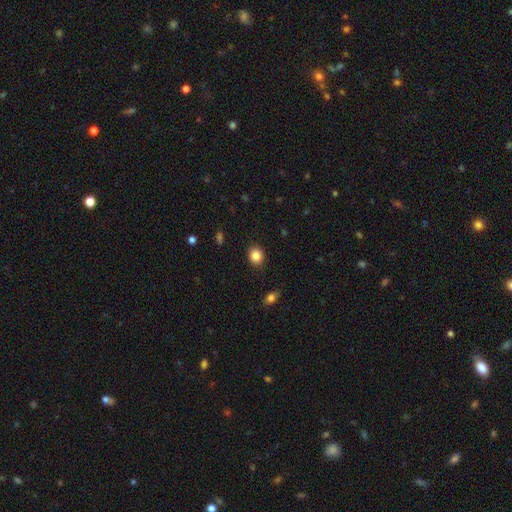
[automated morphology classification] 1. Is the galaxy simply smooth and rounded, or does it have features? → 85% smooth, 10% star or artifact, 5% featured or disk.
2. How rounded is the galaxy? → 73% round, 26% in between, 1% cigar-shaped.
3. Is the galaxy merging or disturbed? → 89% none, 8% minor disturbance, 2% major disturbance, 1% merger.